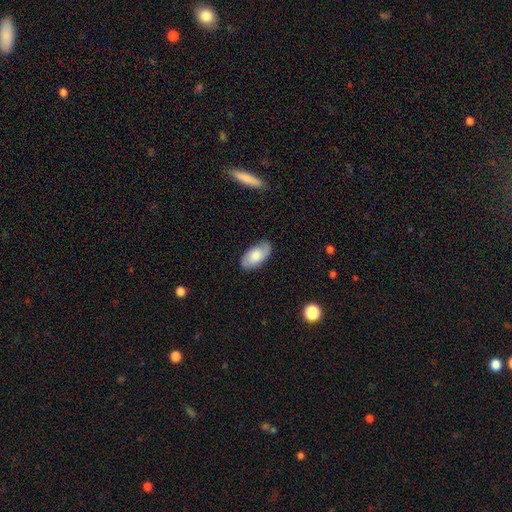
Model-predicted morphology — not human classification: Q: Smooth or featured?
A: smooth (71%); runner-up: featured or disk (23%)
Q: How rounded?
A: in between (95%); runner-up: cigar-shaped (3%)
Q: Merging?
A: none (81%); runner-up: minor disturbance (15%)